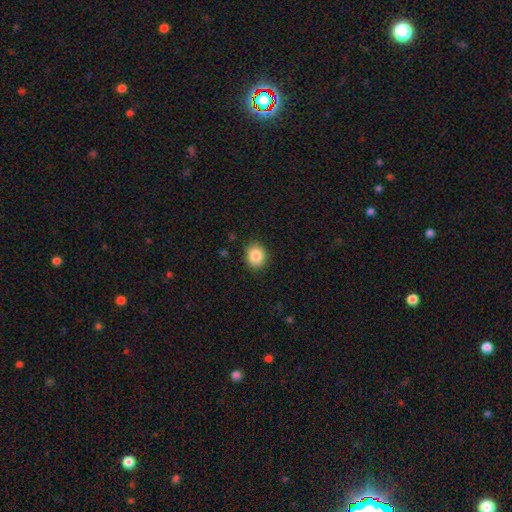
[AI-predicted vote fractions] This is clearly a smooth galaxy (85%). How rounded: likely round (72%). Merging: clearly none (90%).